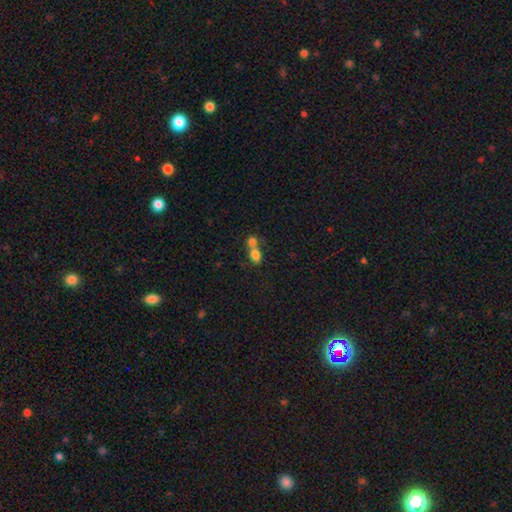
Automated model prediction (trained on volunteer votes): smooth_or_featured: smooth (p=0.77) [alt: featured or disk p=0.12]
how_rounded: in between (p=0.71) [alt: round p=0.27]
merging: merger (p=0.59) [alt: none p=0.29]